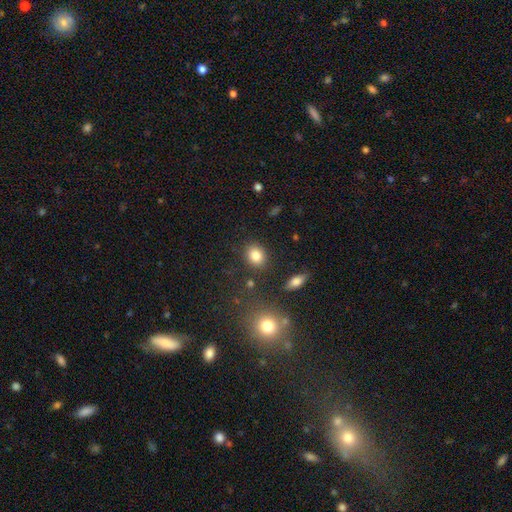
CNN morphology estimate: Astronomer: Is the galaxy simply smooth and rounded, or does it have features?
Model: smooth — 83%.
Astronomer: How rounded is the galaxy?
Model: round — 55% (runner-up: in between, 44%).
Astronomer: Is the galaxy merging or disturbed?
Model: none — 84%.